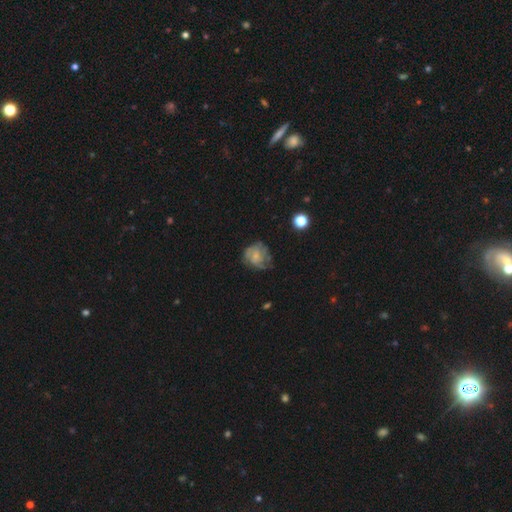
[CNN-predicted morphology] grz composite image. It shows a featured or disk galaxy (59%) with no bar (70%), spiral arms (75%) and a small central bulge (54%). Merging: none (56%).